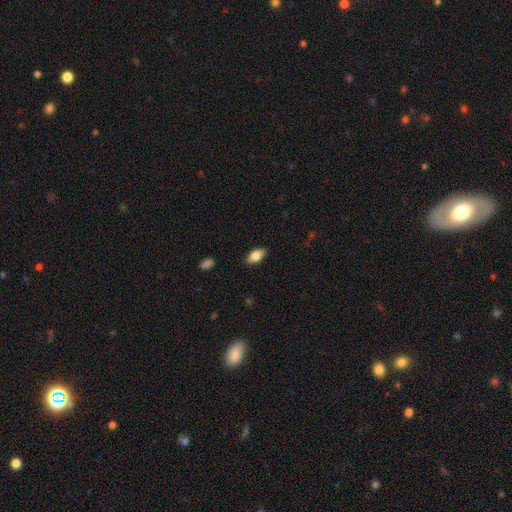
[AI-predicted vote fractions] This is clearly a smooth galaxy (81%). How rounded: clearly in between (90%). Merging: clearly none (86%).